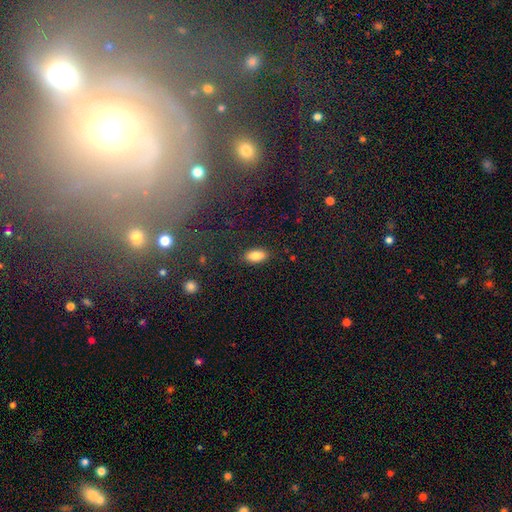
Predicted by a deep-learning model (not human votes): This appears to be a smooth galaxy with no disk features (86%) that is in between round and cigar-shaped (90%). Merging: none (87%).